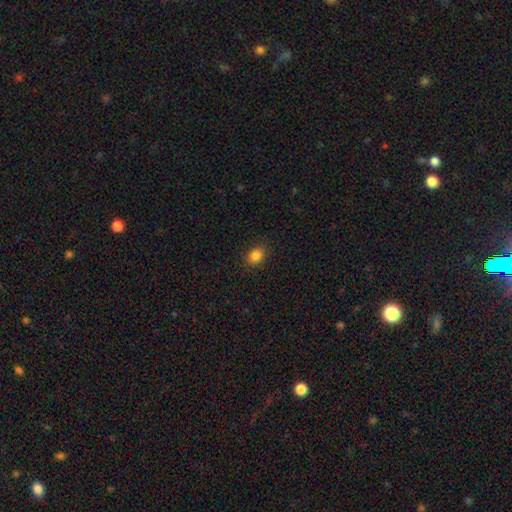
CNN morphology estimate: smooth_or_featured: smooth (p=0.86) [alt: star or artifact p=0.11]
how_rounded: in between (p=0.62) [alt: round p=0.36]
merging: none (p=0.88) [alt: minor disturbance p=0.09]